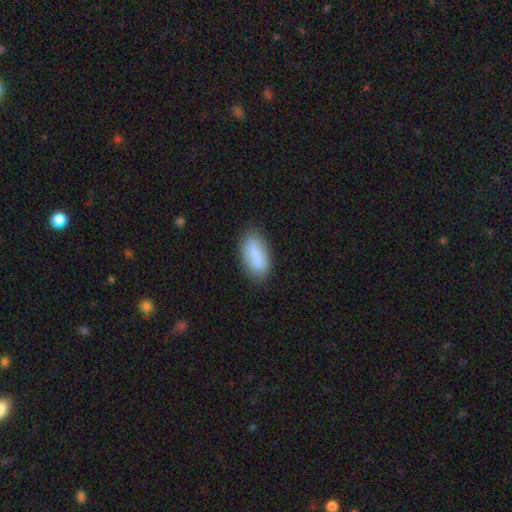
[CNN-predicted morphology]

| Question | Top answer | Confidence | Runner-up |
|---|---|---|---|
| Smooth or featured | smooth | 80% | featured or disk (12%) |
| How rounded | in between | 88% | cigar-shaped (9%) |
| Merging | none | 74% | minor disturbance (16%) |